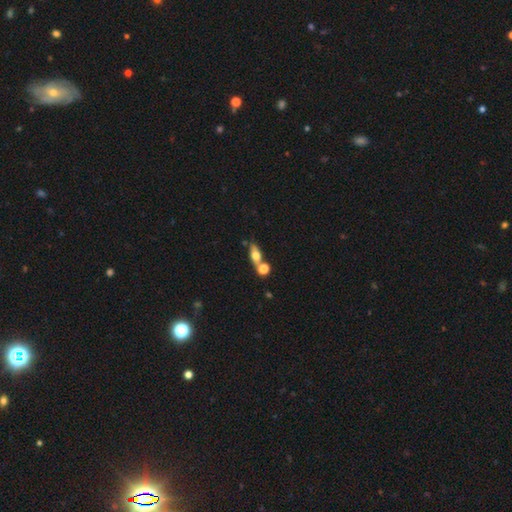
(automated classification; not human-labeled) This appears to be a smooth galaxy with no disk features (61%) that is in between round and cigar-shaped (62%). Merging: none (52%).